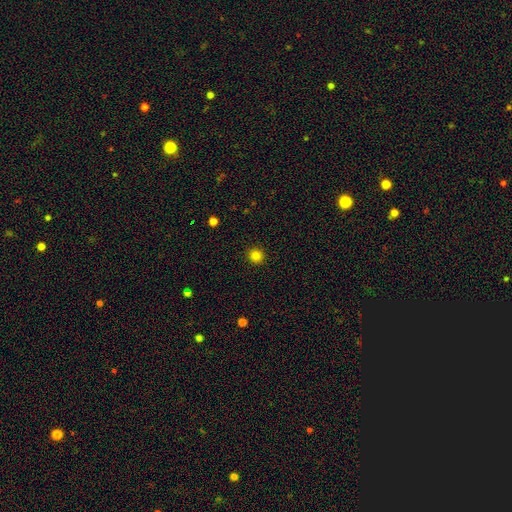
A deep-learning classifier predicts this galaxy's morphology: This is clearly a smooth galaxy (83%). How rounded: clearly round (93%). Merging: clearly none (92%).